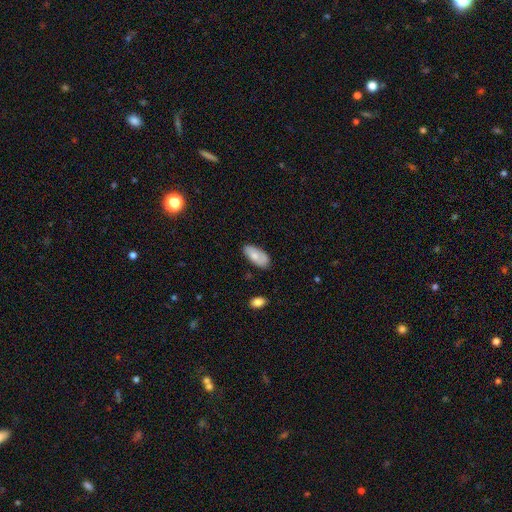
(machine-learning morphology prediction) Q: Smooth or featured?
A: smooth (73%); runner-up: featured or disk (21%)
Q: How rounded?
A: in between (91%); runner-up: cigar-shaped (6%)
Q: Merging?
A: none (71%); runner-up: minor disturbance (22%)